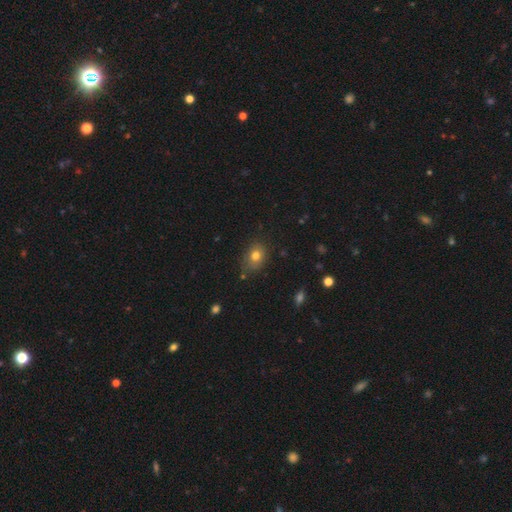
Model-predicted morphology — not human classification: Overall: smooth (76%). How rounded: in between (56%; round 43%). Merging: none (70%).